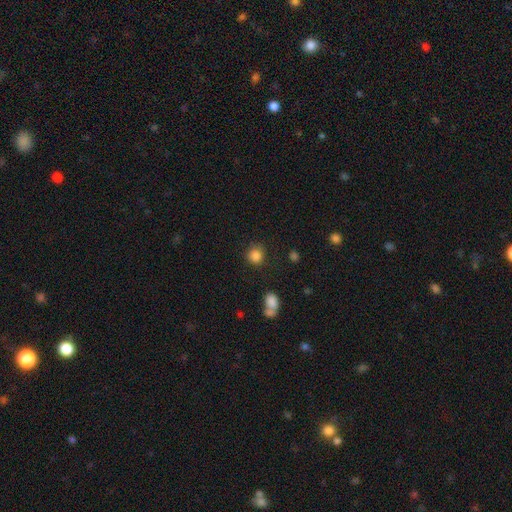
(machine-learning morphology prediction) smooth_or_featured: smooth (p=0.85) [alt: star or artifact p=0.11]
how_rounded: round (p=0.87) [alt: in between p=0.12]
merging: none (p=0.80) [alt: minor disturbance p=0.12]